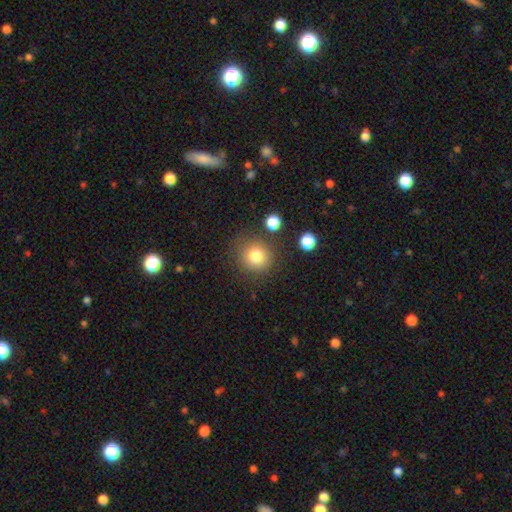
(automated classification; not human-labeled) This appears to be a smooth galaxy with no disk features (80%) that is round (88%). Merging: none (80%).